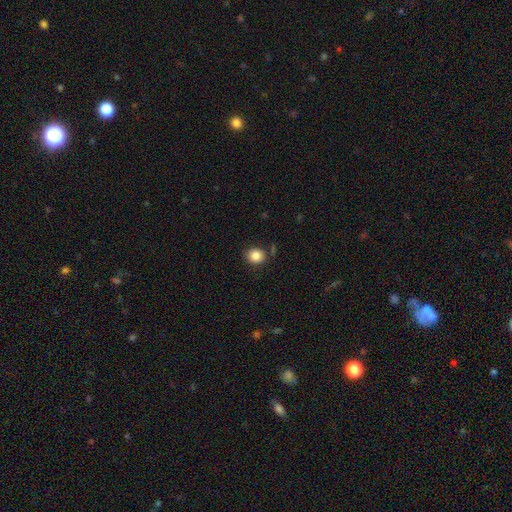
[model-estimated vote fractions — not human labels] Smooth or featured? smooth (85%)
How rounded? round (76%)
Merging? none (83%)